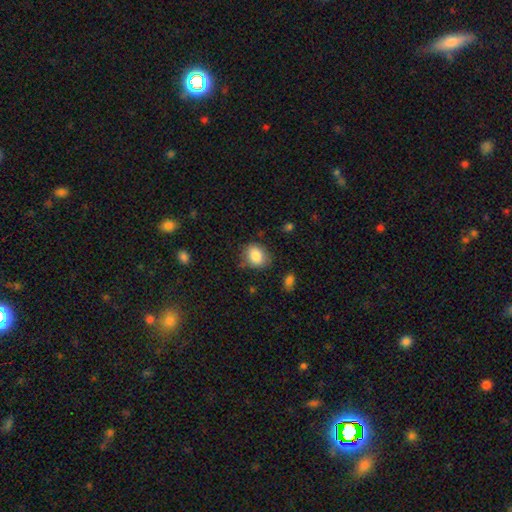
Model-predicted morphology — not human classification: type=smooth (85%); roundness=round (52%); merging=none (74%).